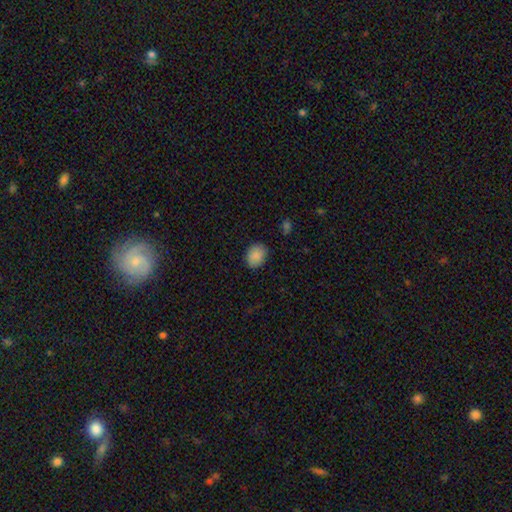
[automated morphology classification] This is clearly a smooth galaxy (88%). How rounded: possibly in between (59%). Merging: clearly none (83%).